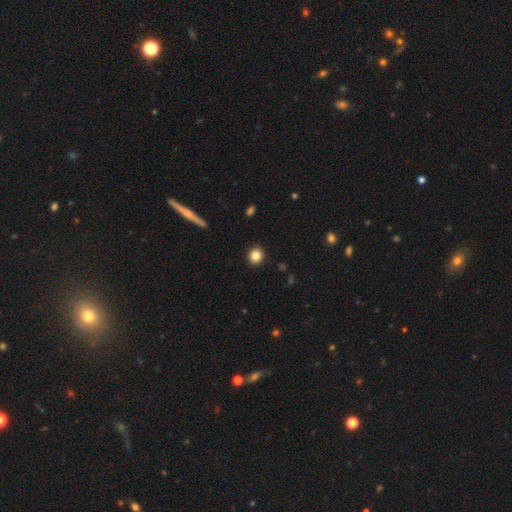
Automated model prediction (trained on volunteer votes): A smooth galaxy with no disk features (86%) that is round (85%). Merging: none (91%).